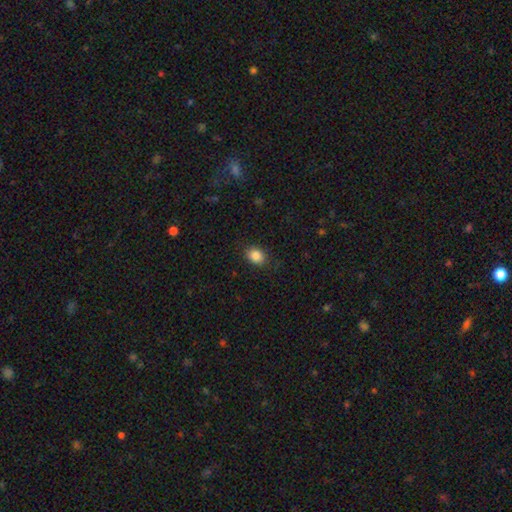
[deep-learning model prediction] Smooth or featured?
  - smooth: 86% *
  - star or artifact: 9%
  - featured or disk: 5%
How rounded?
  - in between: 65% *
  - round: 34%
  - cigar-shaped: 1%
Merging?
  - none: 85% *
  - minor disturbance: 11%
  - major disturbance: 3%
  - merger: 1%